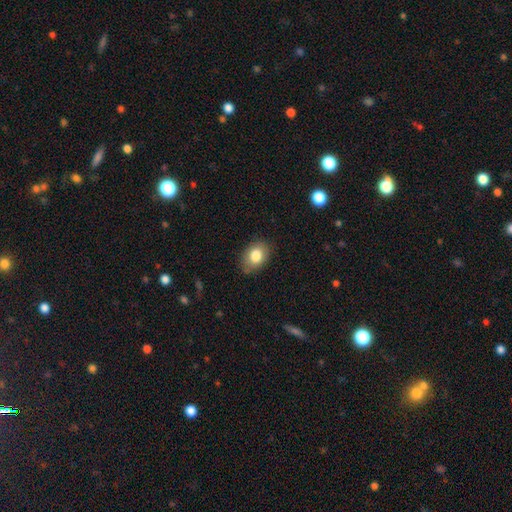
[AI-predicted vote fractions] Q: Smooth or featured?
A: smooth (82%); runner-up: featured or disk (10%)
Q: How rounded?
A: in between (76%); runner-up: round (23%)
Q: Merging?
A: none (79%); runner-up: minor disturbance (17%)